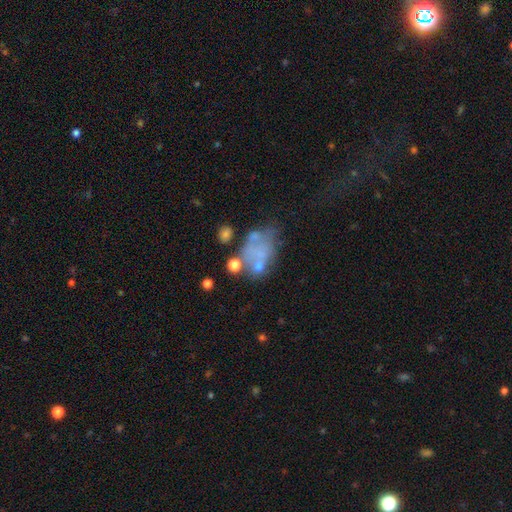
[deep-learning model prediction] Smooth or featured? featured or disk (46%)
Merging? none (30%)